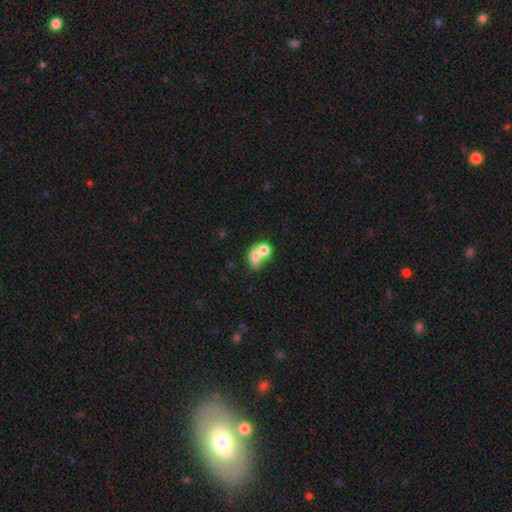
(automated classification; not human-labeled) Q: Smooth or featured?
A: smooth (71%); runner-up: featured or disk (19%)
Q: How rounded?
A: in between (61%); runner-up: round (38%)
Q: Merging?
A: merger (70%); runner-up: none (20%)